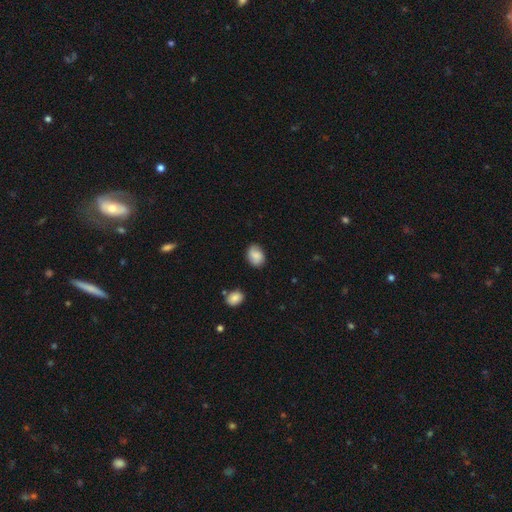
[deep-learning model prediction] smooth_or_featured: smooth (p=0.78) [alt: featured or disk p=0.14]
how_rounded: in between (p=0.62) [alt: round p=0.36]
merging: none (p=0.78) [alt: minor disturbance p=0.17]